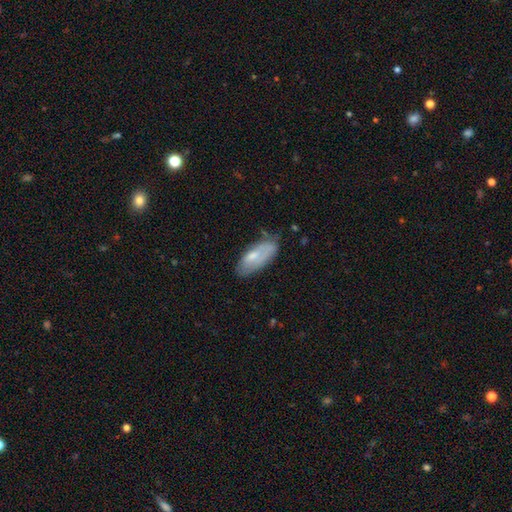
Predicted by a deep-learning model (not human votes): Overall: smooth (62%; featured or disk 31%). How rounded: in between (81%). Merging: none (55%; minor disturbance 33%).